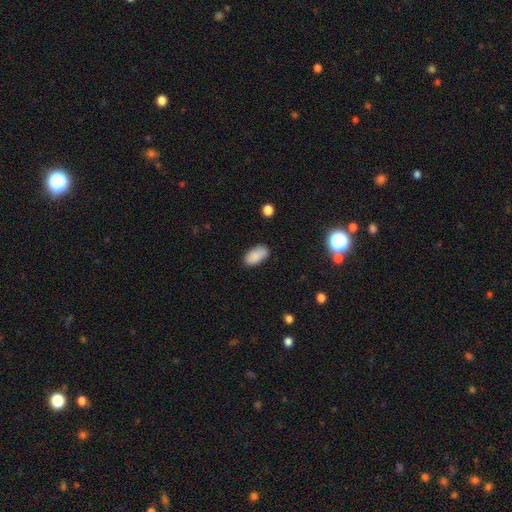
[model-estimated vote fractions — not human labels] Smooth or featured?
  - smooth: 87% *
  - star or artifact: 7%
  - featured or disk: 6%
How rounded?
  - in between: 94% *
  - round: 3%
  - cigar-shaped: 3%
Merging?
  - none: 81% *
  - minor disturbance: 14%
  - major disturbance: 3%
  - merger: 2%